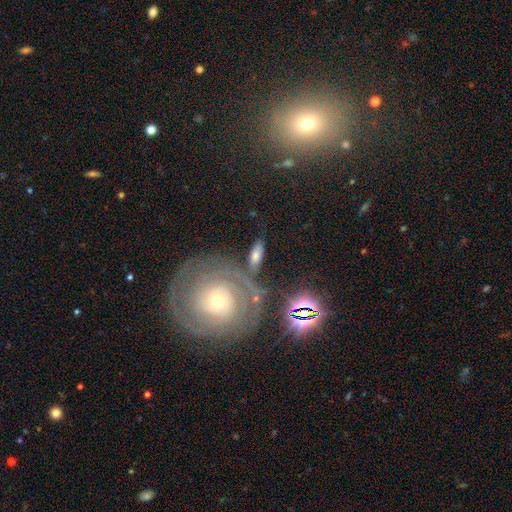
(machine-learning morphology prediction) Smooth or featured?
  - smooth: 58% *
  - featured or disk: 31%
  - star or artifact: 11%
How rounded?
  - in between: 69% *
  - cigar-shaped: 25%
  - round: 6%
Merging?
  - none: 66% *
  - minor disturbance: 16%
  - merger: 11%
  - major disturbance: 8%